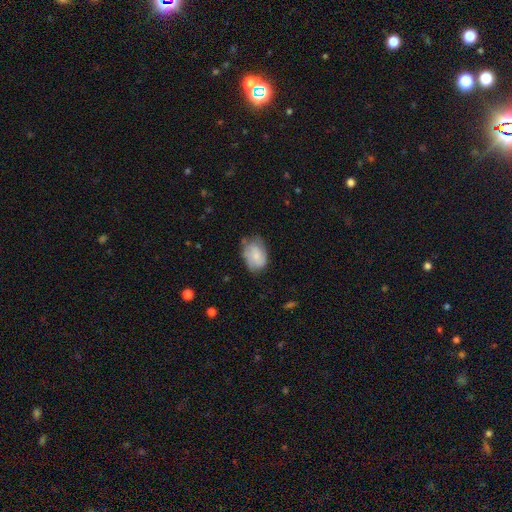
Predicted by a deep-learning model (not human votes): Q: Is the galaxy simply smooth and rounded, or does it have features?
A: smooth — 63%.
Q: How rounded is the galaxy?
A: in between — 80%.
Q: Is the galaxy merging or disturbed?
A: none — 58%.